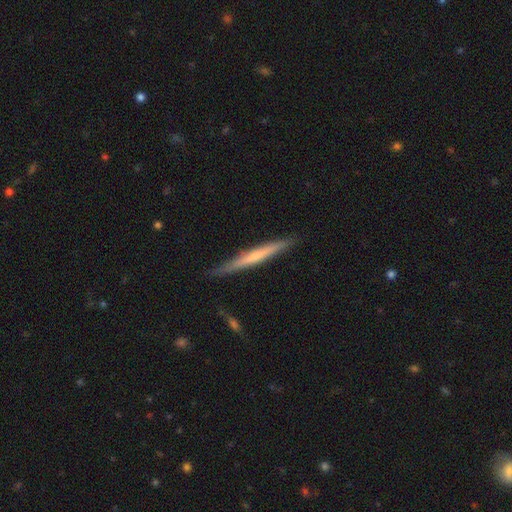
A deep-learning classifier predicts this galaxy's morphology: Q: Smooth or featured?
A: featured or disk (53%); runner-up: smooth (42%)
Q: Edge-on disk?
A: yes (96%); runner-up: no (4%)
Q: Edge-on bulge?
A: none (64%); runner-up: rounded (30%)
Q: Merging?
A: none (84%); runner-up: minor disturbance (12%)